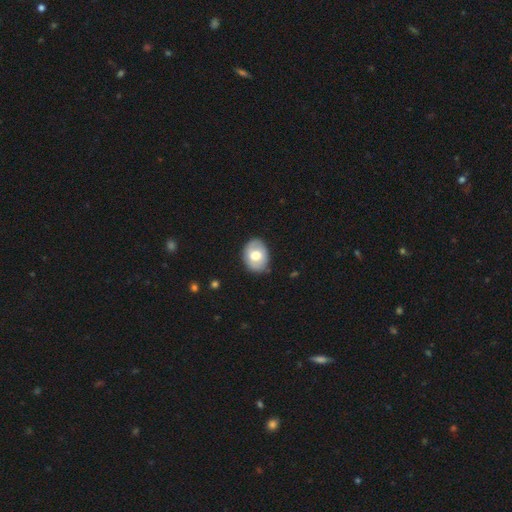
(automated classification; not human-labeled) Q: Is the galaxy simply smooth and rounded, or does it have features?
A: smooth — 65%.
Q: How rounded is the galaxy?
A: in between — 69%.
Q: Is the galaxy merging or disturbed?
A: none — 79%.